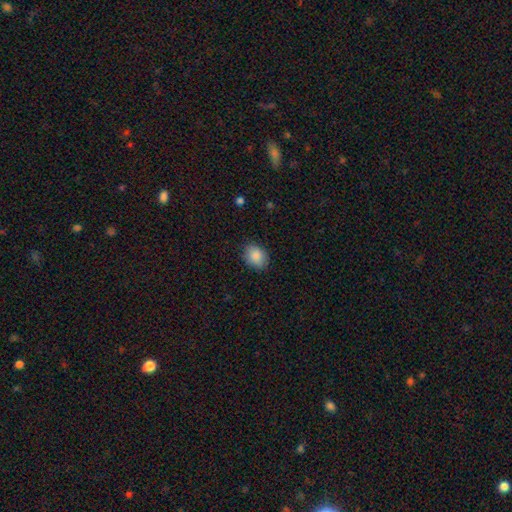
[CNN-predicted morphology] smooth_or_featured: smooth (p=0.87) [alt: star or artifact p=0.07]
how_rounded: in between (p=0.65) [alt: round p=0.33]
merging: none (p=0.83) [alt: minor disturbance p=0.14]